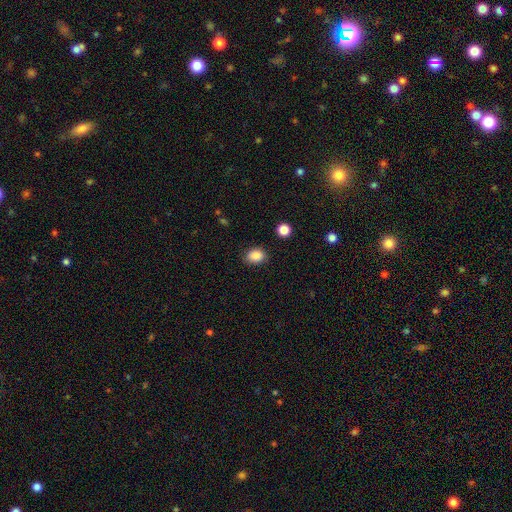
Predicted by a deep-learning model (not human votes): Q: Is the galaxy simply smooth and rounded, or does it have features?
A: smooth — 87%.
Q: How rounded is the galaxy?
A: in between — 62%.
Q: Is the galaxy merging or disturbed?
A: none — 83%.